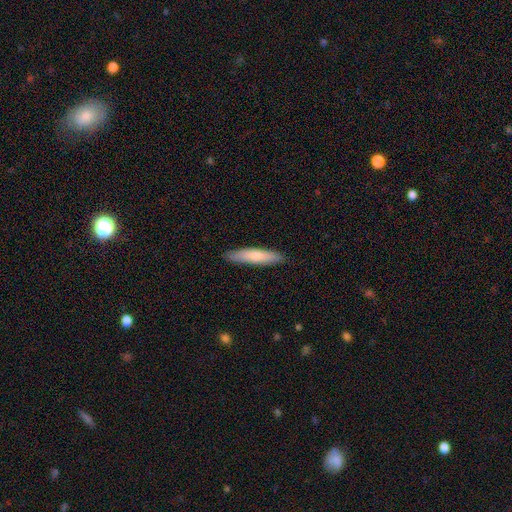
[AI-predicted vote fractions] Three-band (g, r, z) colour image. It shows a smooth galaxy with no disk features (72%) that is cigar-shaped (85%). Merging: none (88%).